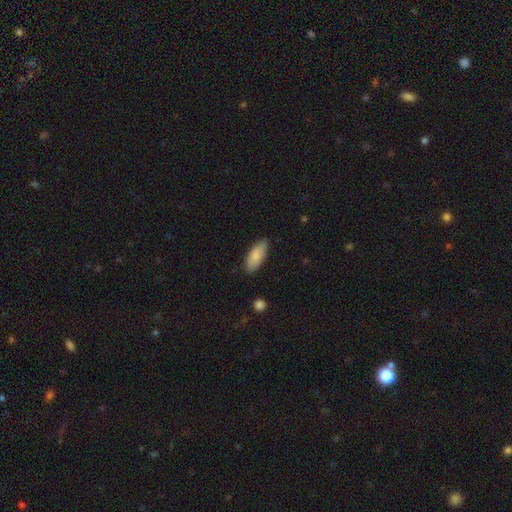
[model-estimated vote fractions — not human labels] Smooth or featured: smooth — 85% (featured or disk — 9%)
How rounded: in between — 79% (cigar-shaped — 19%)
Merging: none — 83% (minor disturbance — 14%)